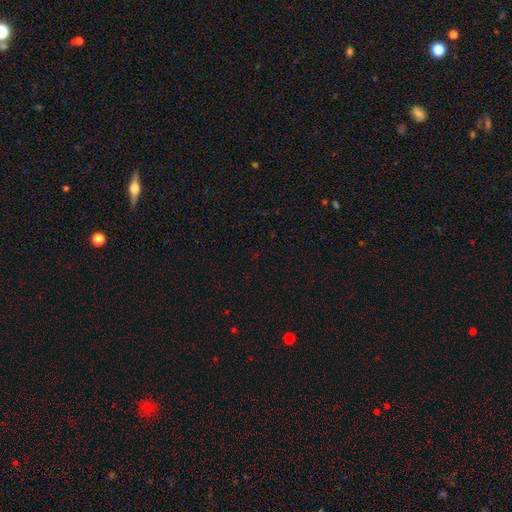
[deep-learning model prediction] Smooth or featured? star or artifact (69%)